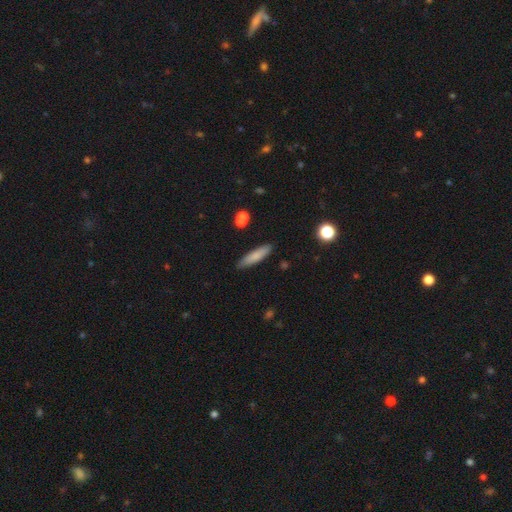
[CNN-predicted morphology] type=smooth (77%); roundness=cigar-shaped (79%); merging=none (86%).